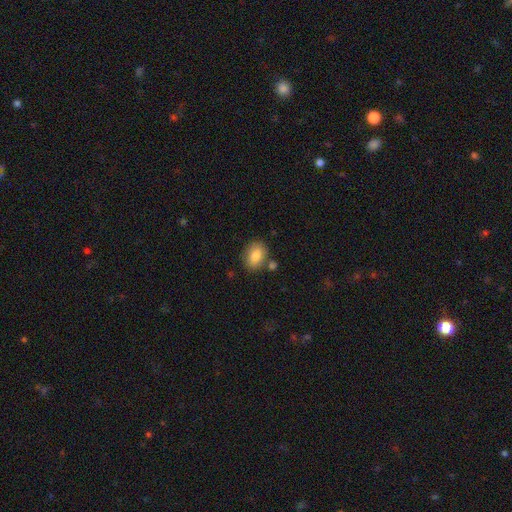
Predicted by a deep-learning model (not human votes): smooth-or-featured: smooth: 82% | featured or disk: 10% | star or artifact: 8%
  how-rounded: in between: 71% | round: 28% | cigar-shaped: 1%
  merging: none: 75% | minor disturbance: 13% | merger: 9% | major disturbance: 3%